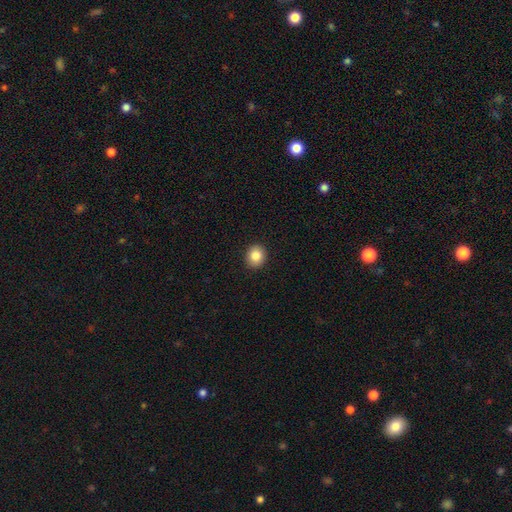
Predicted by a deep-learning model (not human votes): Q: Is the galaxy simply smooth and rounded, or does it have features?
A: smooth — 86%.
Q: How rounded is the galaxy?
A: round — 77%.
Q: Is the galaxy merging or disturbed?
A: none — 92%.